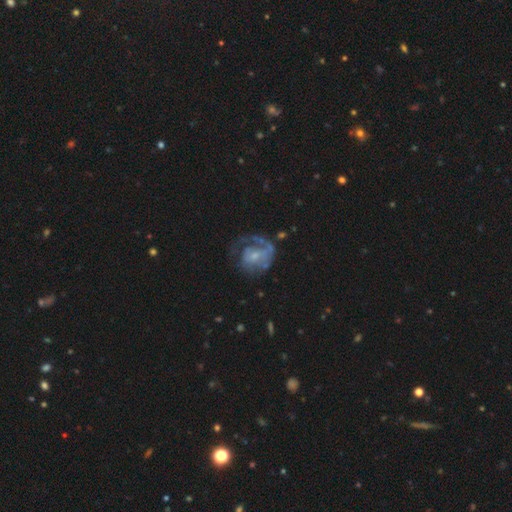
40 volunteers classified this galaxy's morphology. Smooth or featured: featured or disk — 70% (smooth — 22%)
Edge-on disk: no — 100%
Bar: no — 61% (weak — 29%)
Spiral arms: yes — 93% (no — 7%)
Spiral winding: tight — 50% (loose — 31%)
Spiral arm count: 1 — 92% (can't tell — 8%)
Bulge size: small — 79% (moderate — 21%)
Merging: none — 41% (major disturbance — 32%)